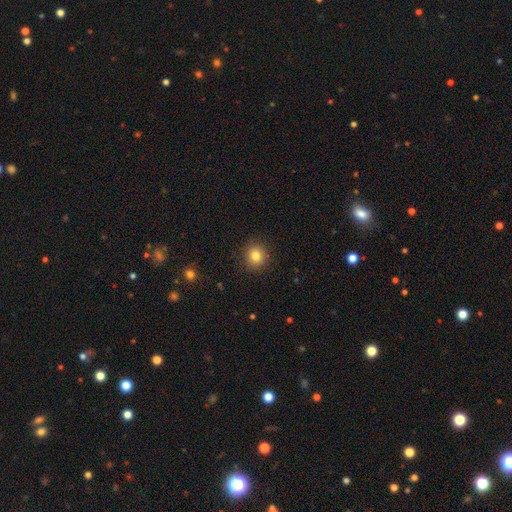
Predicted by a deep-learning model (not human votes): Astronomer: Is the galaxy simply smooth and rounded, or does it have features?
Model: smooth — 82%.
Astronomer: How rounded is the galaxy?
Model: round — 90%.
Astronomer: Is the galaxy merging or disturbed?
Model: none — 91%.